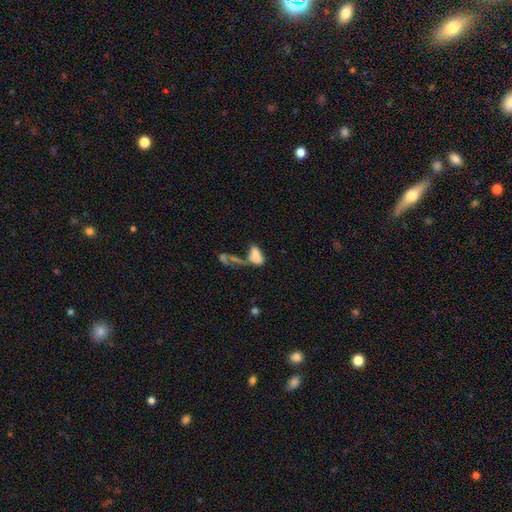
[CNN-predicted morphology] Overall: smooth (67%). How rounded: in between (86%). Merging: merger (56%; major disturbance 19%).